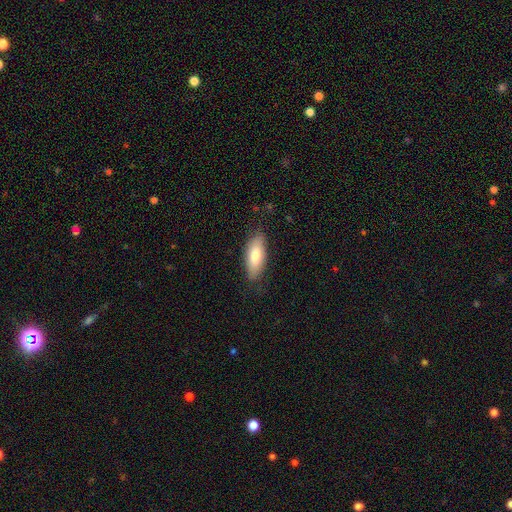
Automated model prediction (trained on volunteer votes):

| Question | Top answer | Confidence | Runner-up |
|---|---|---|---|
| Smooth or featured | smooth | 74% | featured or disk (20%) |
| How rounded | in between | 76% | cigar-shaped (22%) |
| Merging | none | 81% | minor disturbance (15%) |